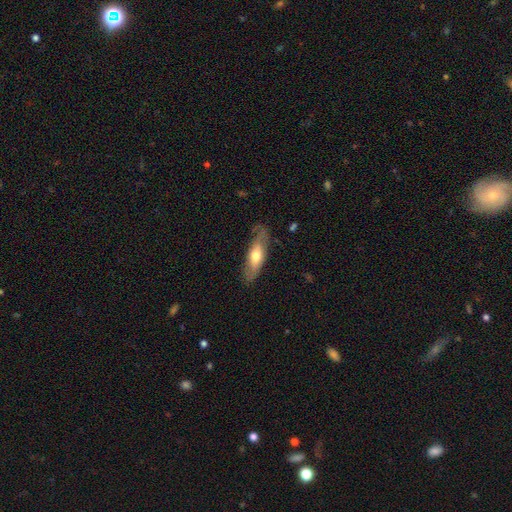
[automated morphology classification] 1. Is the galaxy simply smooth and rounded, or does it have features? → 51% smooth, 44% featured or disk, 6% star or artifact.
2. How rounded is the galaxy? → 53% in between, 44% cigar-shaped, 2% round.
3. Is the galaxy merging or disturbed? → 72% none, 20% minor disturbance, 6% major disturbance, 1% merger.